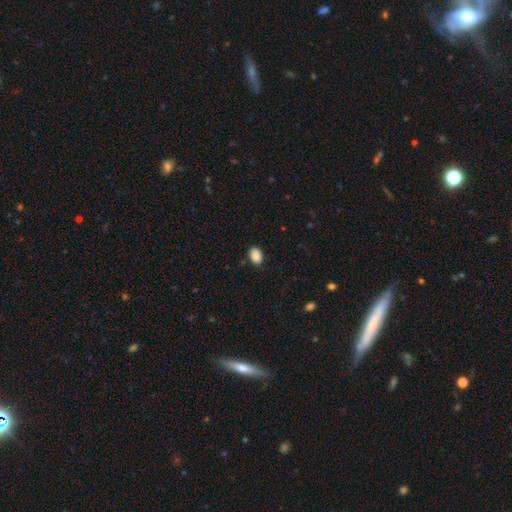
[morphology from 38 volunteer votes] smooth_or_featured: smooth (p=0.95) [alt: star or artifact p=0.05]
how_rounded: in between (p=0.64) [alt: round p=0.33]
merging: none (p=0.89) [alt: minor disturbance p=0.08]